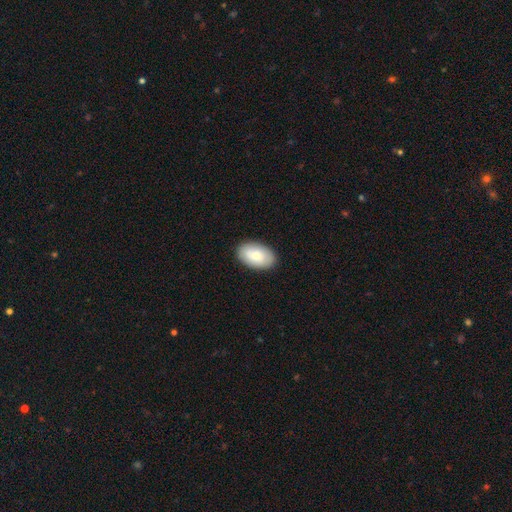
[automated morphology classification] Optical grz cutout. It shows a smooth galaxy with no disk features (85%) that is in between round and cigar-shaped (94%). Merging: none (89%).